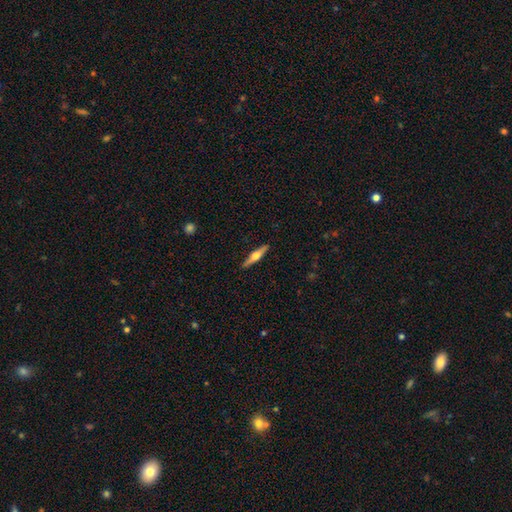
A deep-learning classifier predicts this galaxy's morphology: smooth_or_featured: featured or disk (p=0.62) [alt: smooth p=0.33]
disk_edge_on: yes (p=0.97) [alt: no p=0.03]
edge_on_bulge: rounded (p=0.94) [alt: boxy p=0.04]
merging: none (p=0.90) [alt: minor disturbance p=0.07]